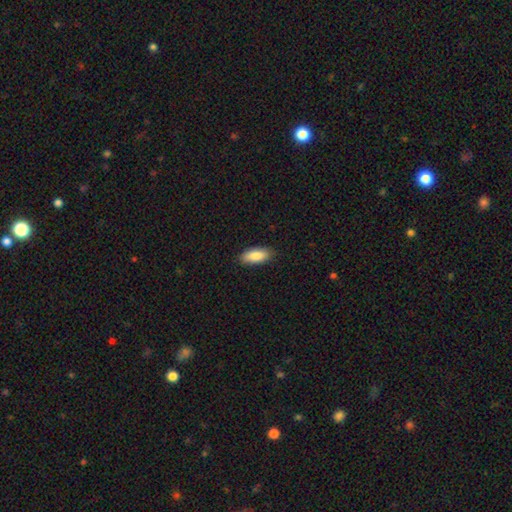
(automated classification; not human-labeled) The model was most divided on "how rounded": in between: 84%, cigar-shaped: 14%, round: 2%. More confident: merging — none (88%); smooth or featured — smooth (86%).